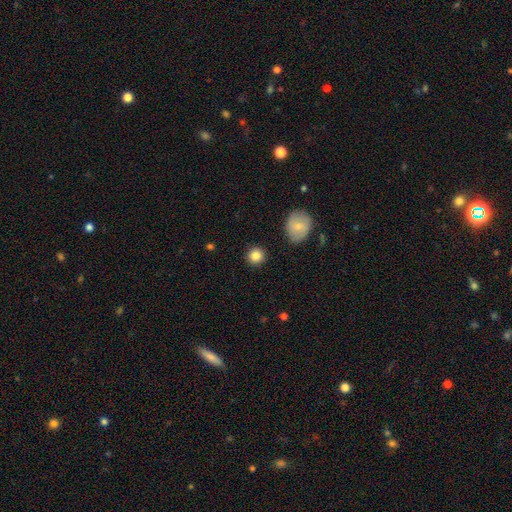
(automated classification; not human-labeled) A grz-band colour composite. It shows a smooth galaxy with no disk features (85%) that is round (92%). Merging: none (90%).